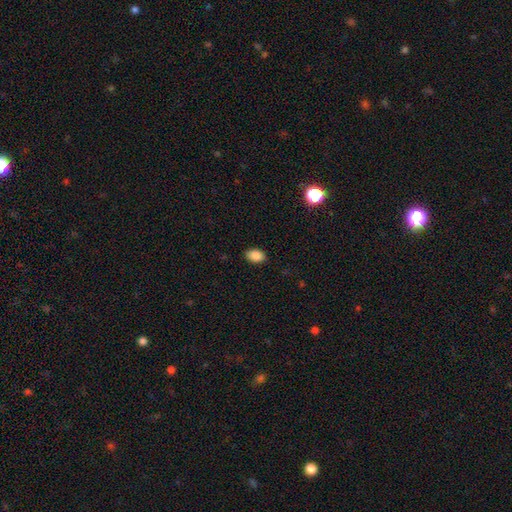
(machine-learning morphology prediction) smooth 87%, star or artifact 8%, featured or disk 4%. Down the decision tree: how rounded — in between (88%); merging — none (88%).